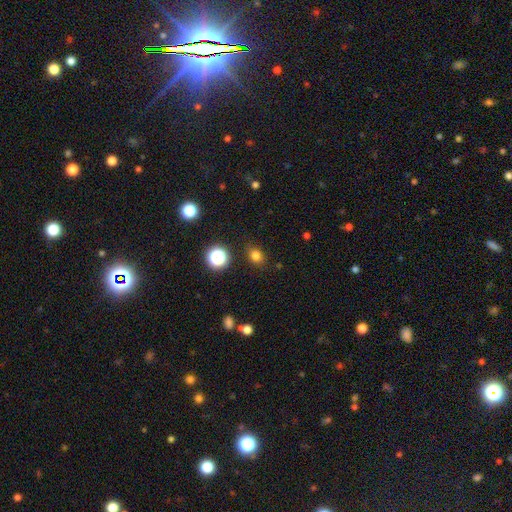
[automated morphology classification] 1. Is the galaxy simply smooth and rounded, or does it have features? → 78% smooth, 17% star or artifact, 5% featured or disk.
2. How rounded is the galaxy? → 63% round, 36% in between, 1% cigar-shaped.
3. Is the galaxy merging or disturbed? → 85% none, 10% minor disturbance, 3% major disturbance, 2% merger.